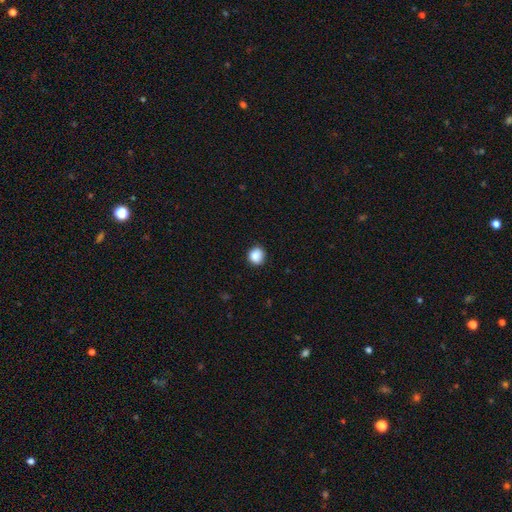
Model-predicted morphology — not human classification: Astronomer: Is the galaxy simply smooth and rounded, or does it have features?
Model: smooth — 88%.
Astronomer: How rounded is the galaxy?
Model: round — 87%.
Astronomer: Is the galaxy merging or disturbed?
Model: none — 87%.